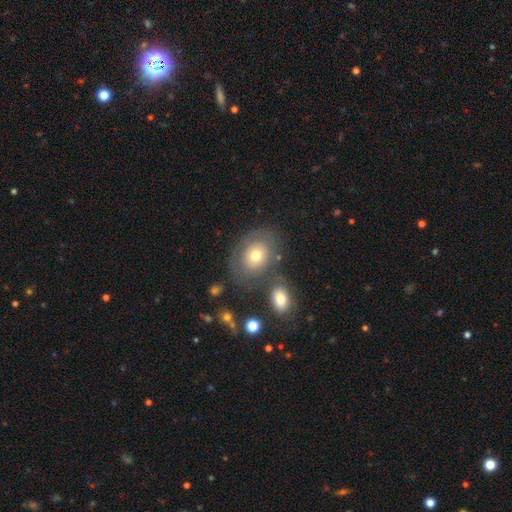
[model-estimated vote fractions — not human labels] Smooth or featured?
  - smooth: 60% *
  - featured or disk: 30%
  - star or artifact: 9%
How rounded?
  - in between: 58% *
  - round: 41%
  - cigar-shaped: 1%
Merging?
  - none: 65% *
  - minor disturbance: 15%
  - merger: 12%
  - major disturbance: 8%